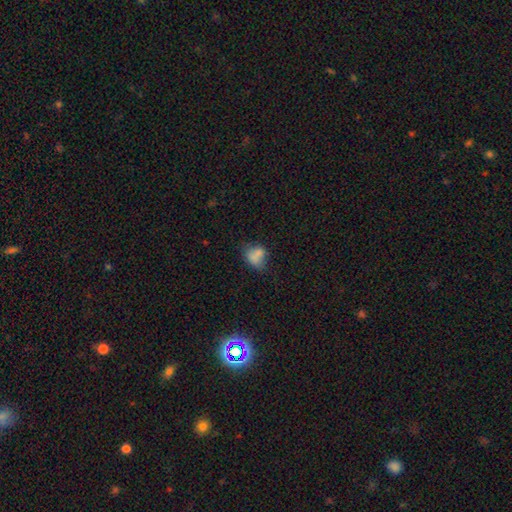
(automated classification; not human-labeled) Smooth or featured: smooth — 72% (featured or disk — 15%)
How rounded: in between — 57% (round — 41%)
Merging: none — 41% (minor disturbance — 26%)